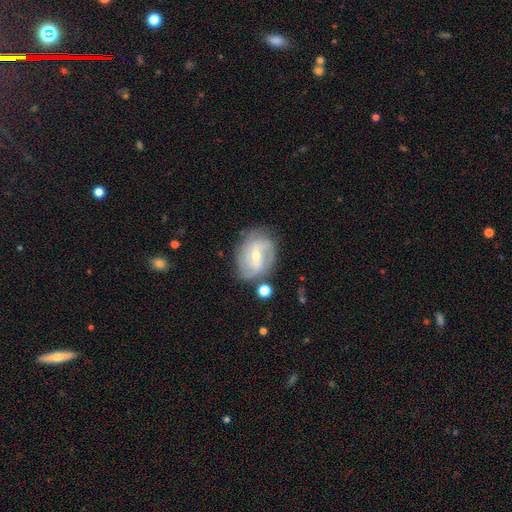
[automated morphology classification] The model was most divided on "bulge size": small: 53%, moderate: 44%, large: 1%, none: 1%, dominant: 1%. Remaining: edge-on disk — no (96%); spiral arms — yes (89%); smooth or featured — featured or disk (77%); merging — none (69%); bar — weak (50%); spiral arm count — 2 (48%); spiral winding — medium (43%).